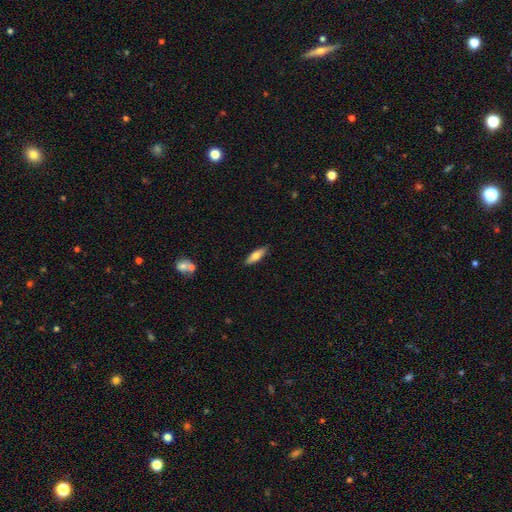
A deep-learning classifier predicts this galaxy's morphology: Smooth or featured: smooth — 67% (featured or disk — 27%)
How rounded: cigar-shaped — 49% (tied with in between — 49%)
Merging: none — 89% (minor disturbance — 8%)